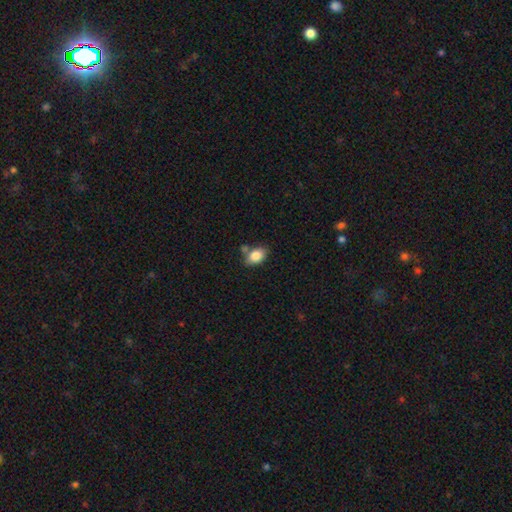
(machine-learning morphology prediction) Smooth or featured?
  - smooth: 83% *
  - featured or disk: 9%
  - star or artifact: 8%
How rounded?
  - in between: 85% *
  - round: 14%
  - cigar-shaped: 2%
Merging?
  - none: 66% *
  - minor disturbance: 16%
  - merger: 14%
  - major disturbance: 4%